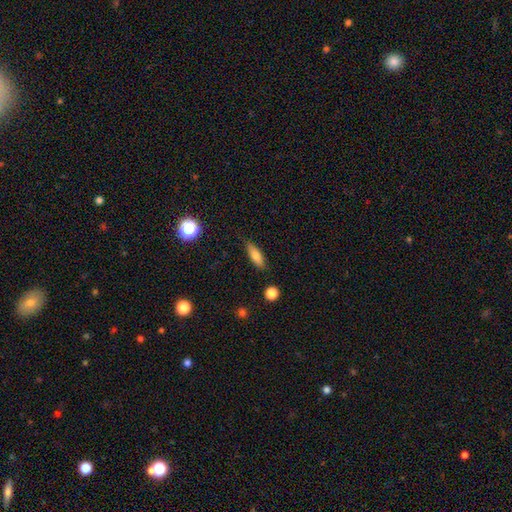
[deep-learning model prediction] Overall: smooth (73%). How rounded: cigar-shaped (49%; in between 48%). Merging: none (82%).